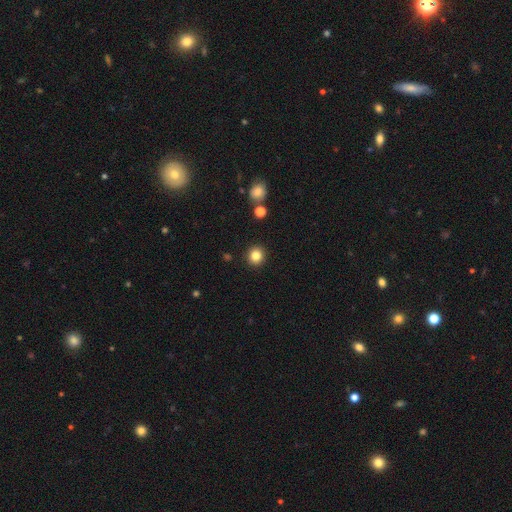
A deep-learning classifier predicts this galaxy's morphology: This is clearly a smooth galaxy (83%). How rounded: clearly round (92%). Merging: clearly none (92%).